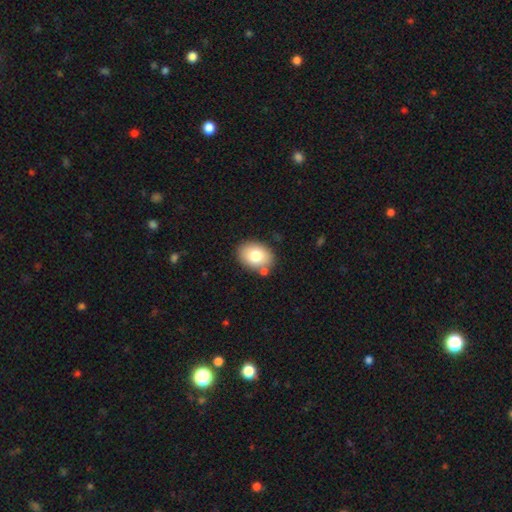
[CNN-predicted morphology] type=smooth (77%); roundness=in between (72%); merging=none (80%).